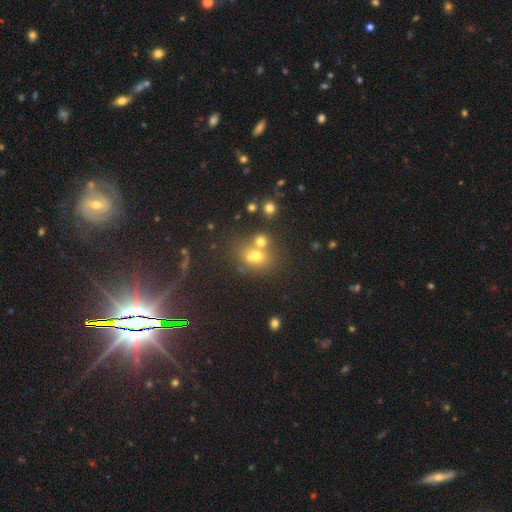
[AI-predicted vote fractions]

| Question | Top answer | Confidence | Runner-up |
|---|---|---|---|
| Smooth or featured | smooth | 57% | star or artifact (25%) |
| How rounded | round | 55% | in between (43%) |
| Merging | none | 45% | merger (41%) |